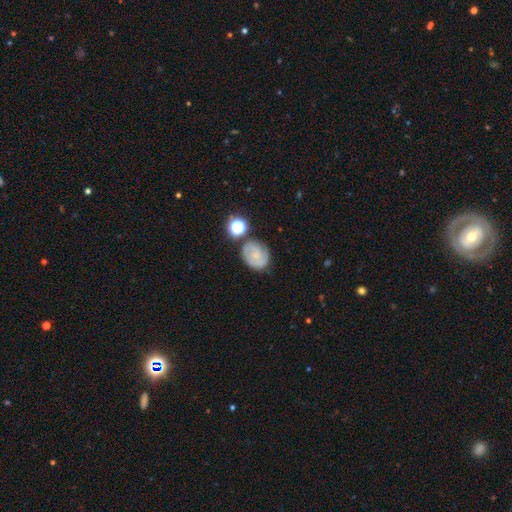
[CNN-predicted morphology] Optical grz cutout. It shows a featured or disk galaxy (57%) with no bar (65%), spiral arms (88%) and a small central bulge (66%). Merging: none (73%).